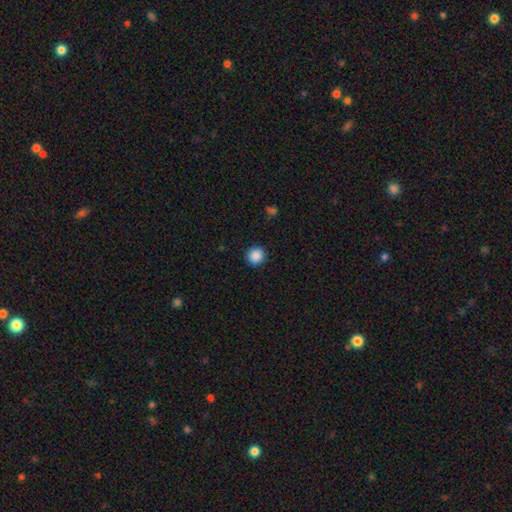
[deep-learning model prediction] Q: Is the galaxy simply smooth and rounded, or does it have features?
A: smooth — 88%.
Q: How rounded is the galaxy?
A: round — 93%.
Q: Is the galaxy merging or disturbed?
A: none — 91%.